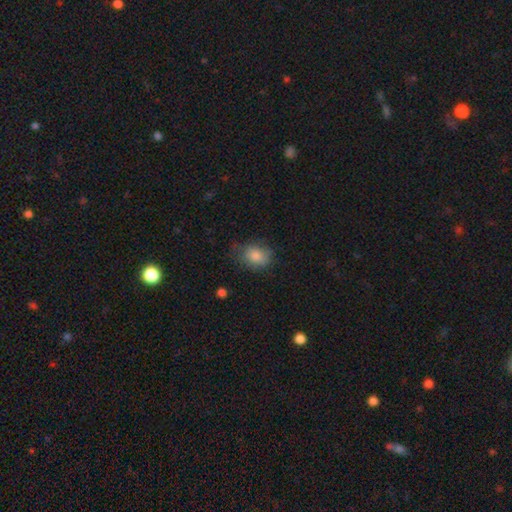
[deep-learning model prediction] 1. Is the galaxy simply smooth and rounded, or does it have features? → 81% smooth, 10% star or artifact, 9% featured or disk.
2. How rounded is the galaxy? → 53% in between, 45% round, 1% cigar-shaped.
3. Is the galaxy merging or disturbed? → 66% none, 26% minor disturbance, 7% major disturbance, 1% merger.